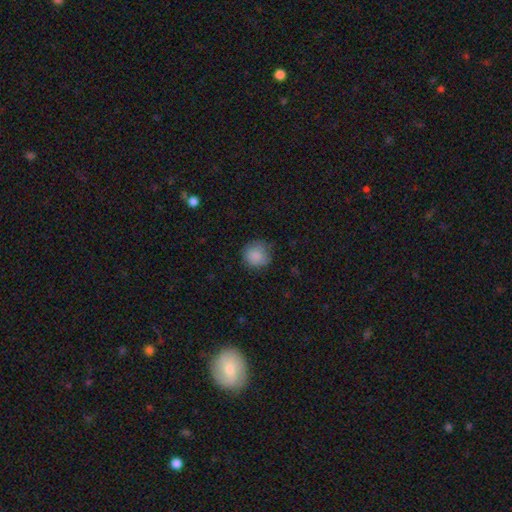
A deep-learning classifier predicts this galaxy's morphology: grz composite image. It shows a smooth galaxy with no disk features (86%) that is round (89%). Merging: none (73%).